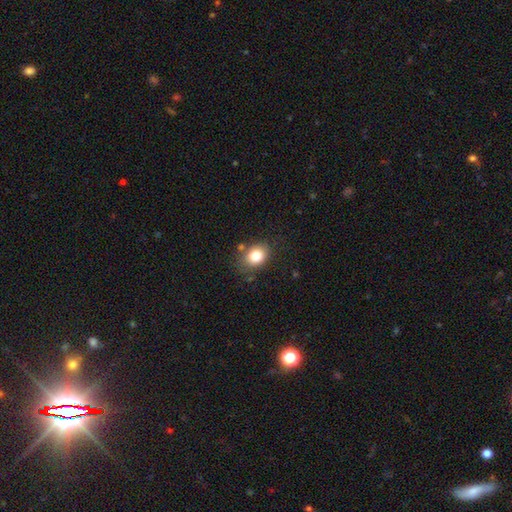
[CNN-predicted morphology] A smooth galaxy with no disk features (81%) that is in between round and cigar-shaped (56%). Merging: none (74%).